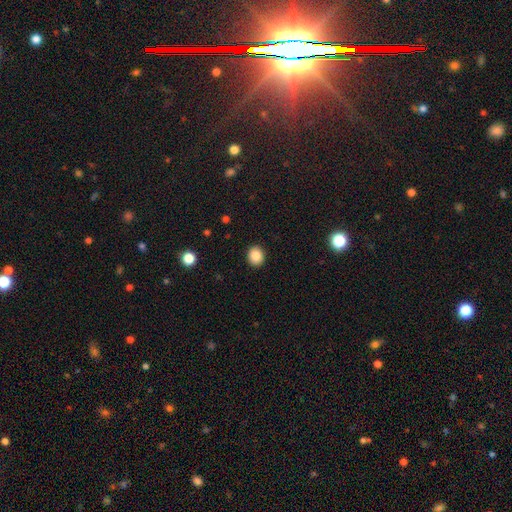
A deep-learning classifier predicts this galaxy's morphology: Smooth or featured?
  - smooth: 87% *
  - star or artifact: 9%
  - featured or disk: 4%
How rounded?
  - round: 69% *
  - in between: 30%
  - cigar-shaped: 1%
Merging?
  - none: 91% *
  - minor disturbance: 6%
  - major disturbance: 2%
  - merger: 1%